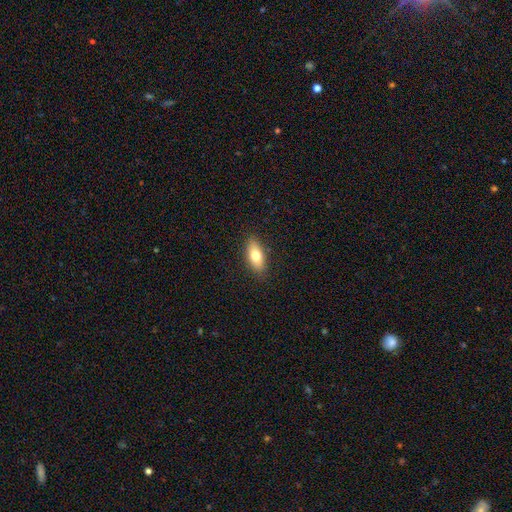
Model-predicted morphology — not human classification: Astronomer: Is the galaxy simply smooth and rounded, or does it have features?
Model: smooth — 74%.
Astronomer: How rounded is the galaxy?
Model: in between — 81%.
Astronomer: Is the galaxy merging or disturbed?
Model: none — 88%.